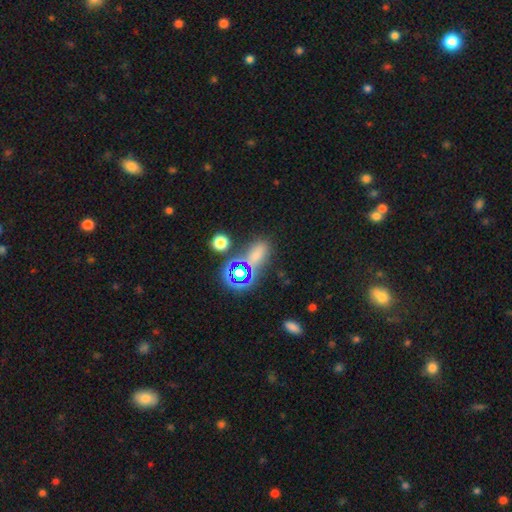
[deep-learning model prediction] A smooth galaxy with no disk features (55%) that is in between round and cigar-shaped (67%). Merging: none (58%).